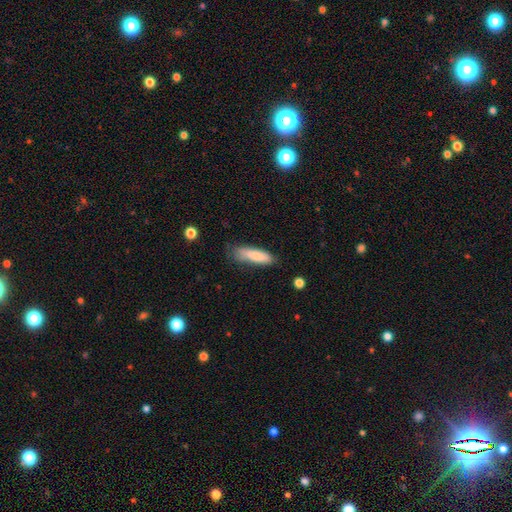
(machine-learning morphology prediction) Smooth or featured? Predicted: smooth (p=0.84). How rounded? Predicted: cigar-shaped (p=0.63). Merging? Predicted: none (p=0.64).